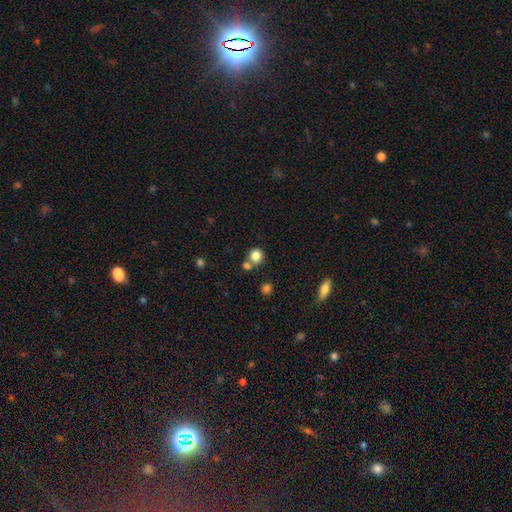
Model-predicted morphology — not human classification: smooth-or-featured: smooth: 83% | star or artifact: 11% | featured or disk: 6%
  how-rounded: round: 87% | in between: 12% | cigar-shaped: 1%
  merging: none: 62% | merger: 26% | minor disturbance: 9% | major disturbance: 3%